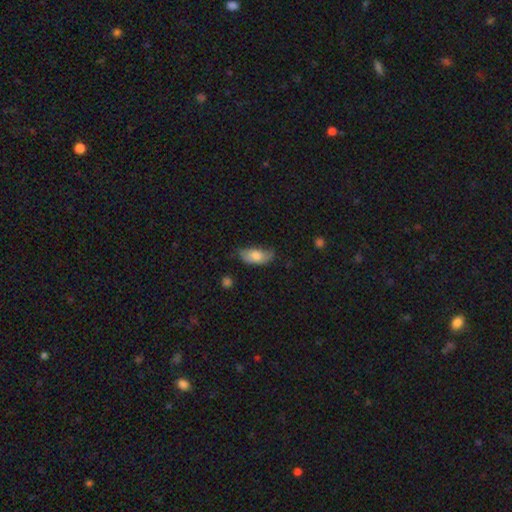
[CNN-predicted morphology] This is likely a smooth galaxy (74%). How rounded: clearly in between (91%). Merging: possibly none (48%).